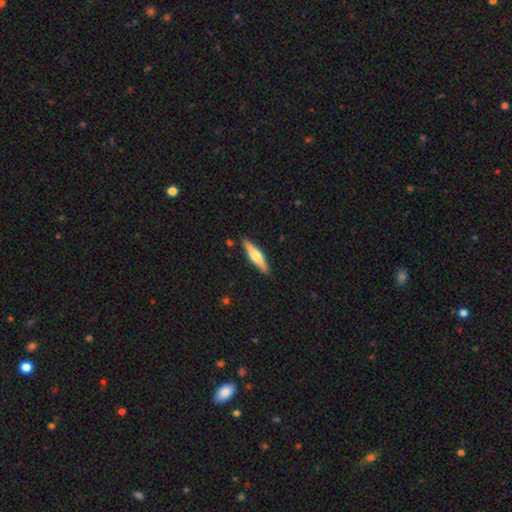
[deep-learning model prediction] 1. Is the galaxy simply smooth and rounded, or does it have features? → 55% featured or disk, 39% smooth, 5% star or artifact.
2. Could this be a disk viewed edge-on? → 96% yes, 4% no.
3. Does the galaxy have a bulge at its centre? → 91% rounded, 6% boxy, 3% none.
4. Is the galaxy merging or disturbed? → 89% none, 8% minor disturbance, 2% major disturbance, 1% merger.